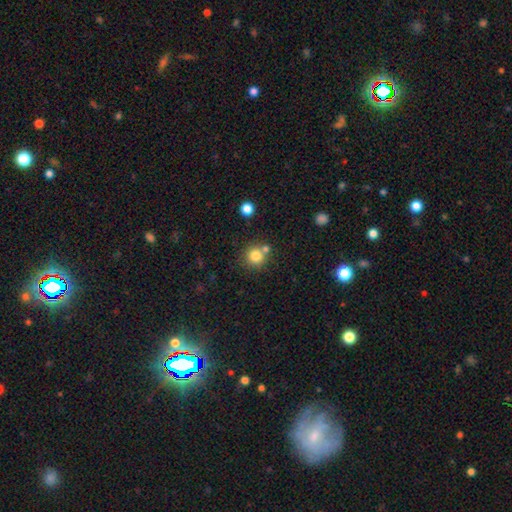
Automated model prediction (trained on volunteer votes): smooth-or-featured: smooth: 80% | star or artifact: 12% | featured or disk: 8%
  how-rounded: round: 93% | in between: 6% | cigar-shaped: 1%
  merging: none: 70% | merger: 19% | minor disturbance: 8% | major disturbance: 3%